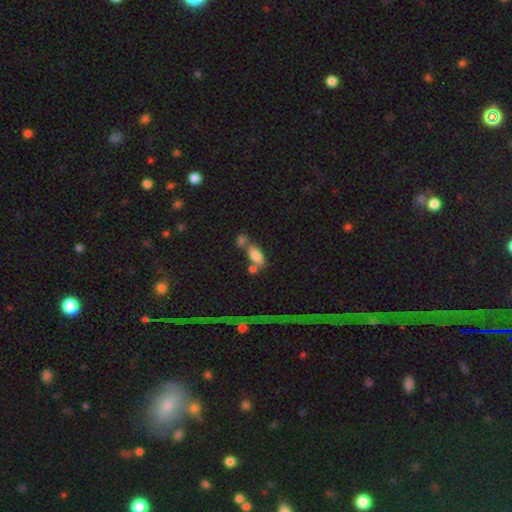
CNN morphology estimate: A smooth galaxy with no disk features (79%) that is in between round and cigar-shaped (83%).

Vote fractions:
- Smooth or featured? smooth: 79% / featured or disk: 13% / star or artifact: 8%
- How rounded? in between: 83% / cigar-shaped: 13% / round: 3%
- Merging? none: 44% / merger: 36% / minor disturbance: 14% / major disturbance: 6%